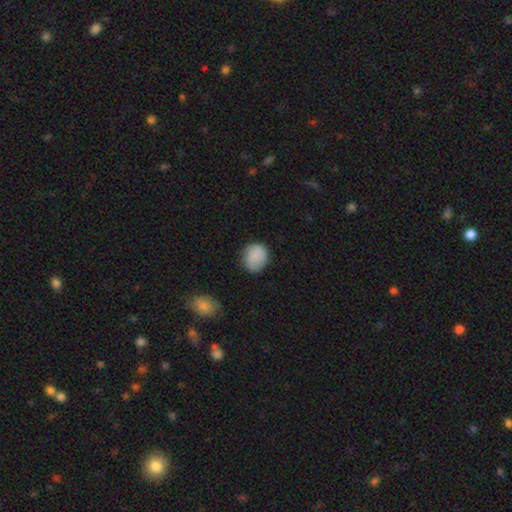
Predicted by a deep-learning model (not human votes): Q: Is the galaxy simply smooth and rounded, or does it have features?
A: smooth — 83%.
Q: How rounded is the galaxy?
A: round — 65%.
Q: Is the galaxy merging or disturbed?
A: none — 74%.